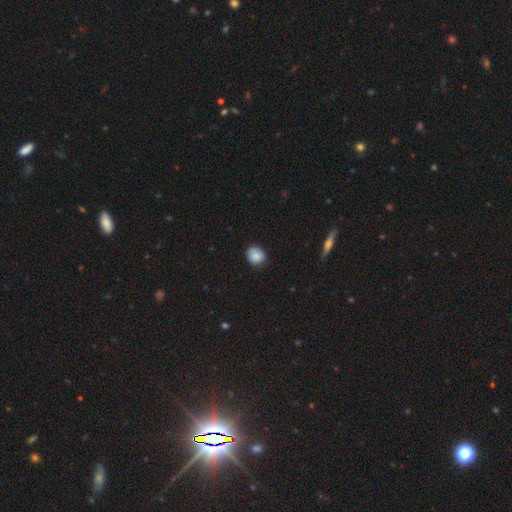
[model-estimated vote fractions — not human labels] Smooth or featured? smooth (85%)
How rounded? round (79%)
Merging? none (80%)